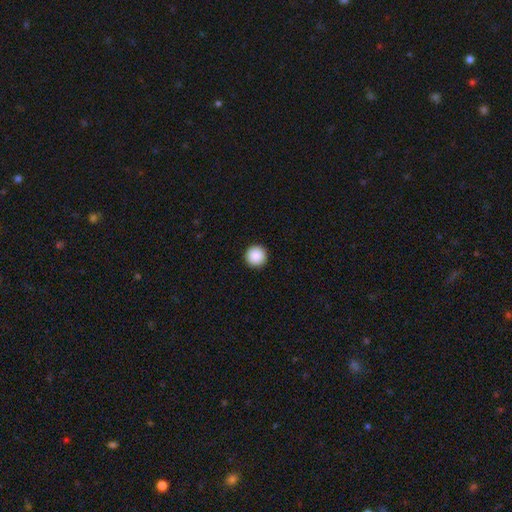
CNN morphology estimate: A smooth galaxy with no disk features (90%) that is round (97%). Merging: none (94%).